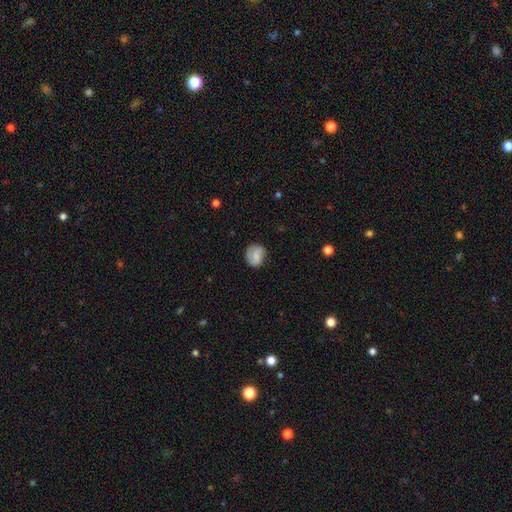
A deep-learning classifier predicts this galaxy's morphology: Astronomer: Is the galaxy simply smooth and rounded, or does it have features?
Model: smooth — 67%.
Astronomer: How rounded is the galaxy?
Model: round — 69%.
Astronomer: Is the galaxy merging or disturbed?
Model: none — 68%.